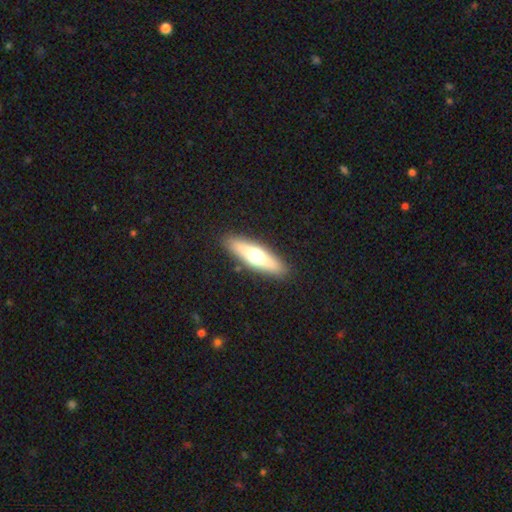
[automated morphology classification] smooth-or-featured: smooth: 51% | featured or disk: 43% | star or artifact: 7%
  how-rounded: cigar-shaped: 65% | in between: 33% | round: 2%
  merging: none: 89% | minor disturbance: 8% | major disturbance: 2% | merger: 1%